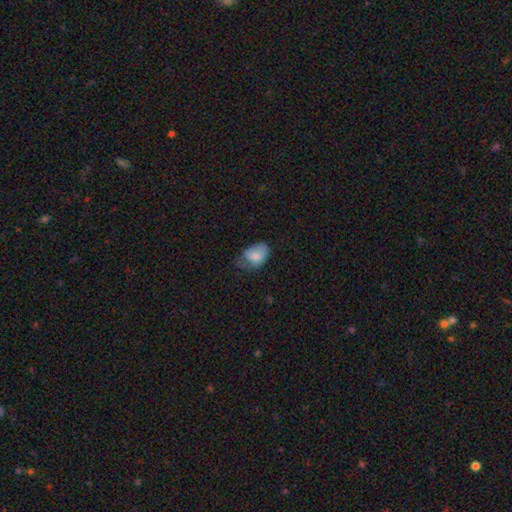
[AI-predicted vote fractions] Morphology: type=smooth (76%); roundness=in between (84%); merging=minor disturbance (39%).